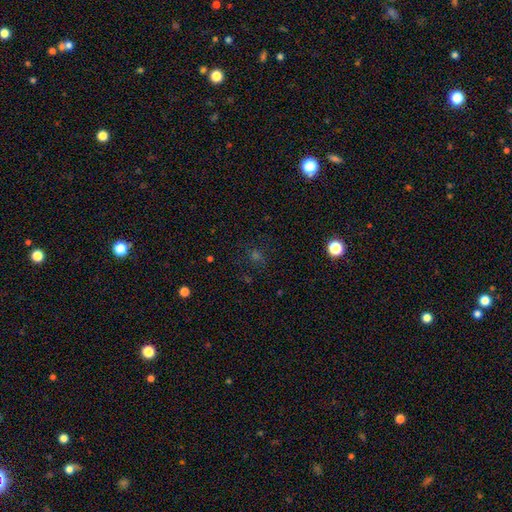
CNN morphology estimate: star or artifact 47%, smooth 43%, featured or disk 10%.